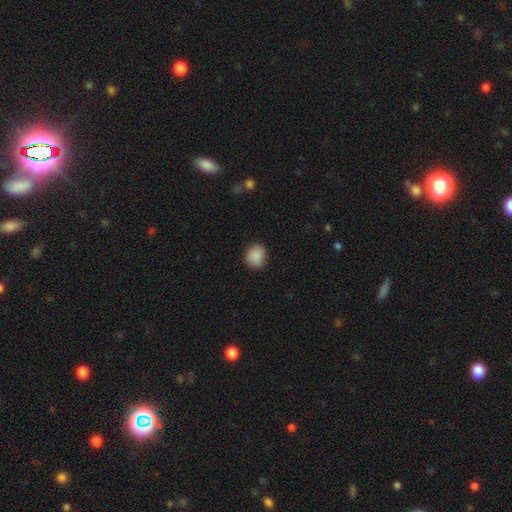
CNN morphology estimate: Smooth or featured: smooth — 89% (star or artifact — 8%)
How rounded: round — 75% (in between — 24%)
Merging: none — 82% (minor disturbance — 14%)